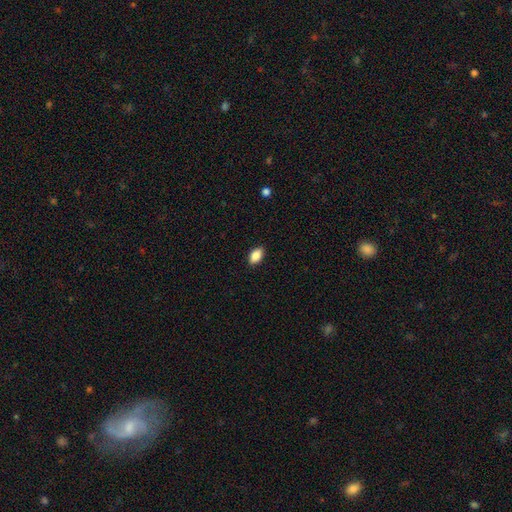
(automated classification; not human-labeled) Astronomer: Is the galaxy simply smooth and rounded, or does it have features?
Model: smooth — 87%.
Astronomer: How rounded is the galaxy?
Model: in between — 91%.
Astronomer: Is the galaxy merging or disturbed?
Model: none — 90%.